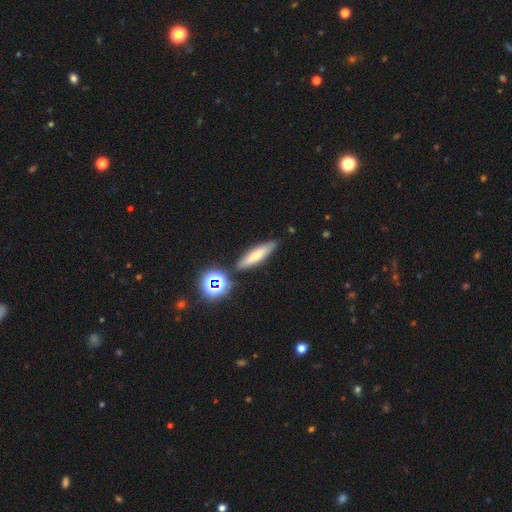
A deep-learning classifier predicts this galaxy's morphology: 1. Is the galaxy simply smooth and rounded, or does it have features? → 61% smooth, 28% featured or disk, 11% star or artifact.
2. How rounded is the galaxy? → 72% cigar-shaped, 24% in between, 4% round.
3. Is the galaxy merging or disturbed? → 83% none, 9% minor disturbance, 5% merger, 2% major disturbance.